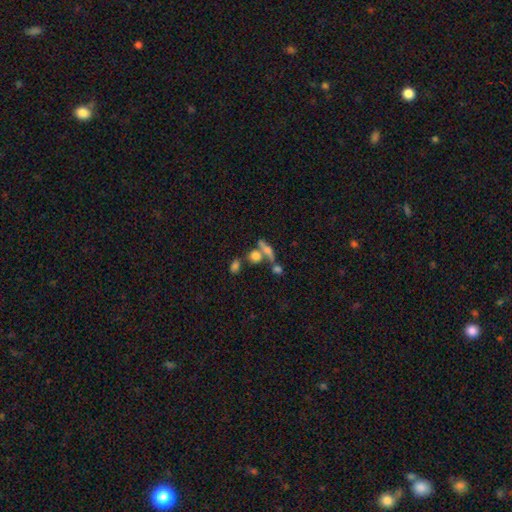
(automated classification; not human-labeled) Morphology: type=smooth (64%); roundness=round (46%); merging=none (52%).